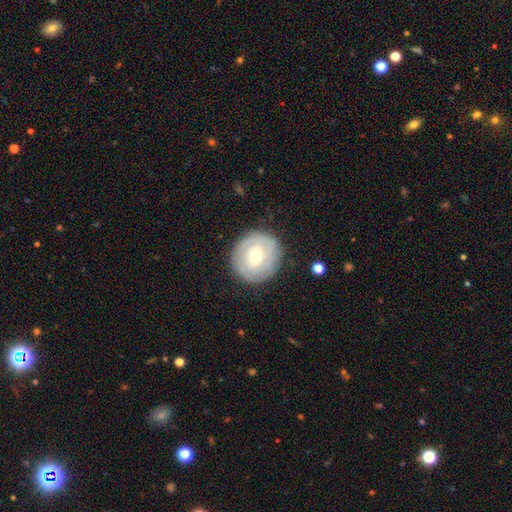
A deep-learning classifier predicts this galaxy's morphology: The model was most divided on "bar": no: 61%, weak: 32%, strong: 7%. More confident: edge-on disk — no (97%); merging — none (86%); spiral arms — yes (77%); smooth or featured — featured or disk (64%); bulge size — moderate (63%).